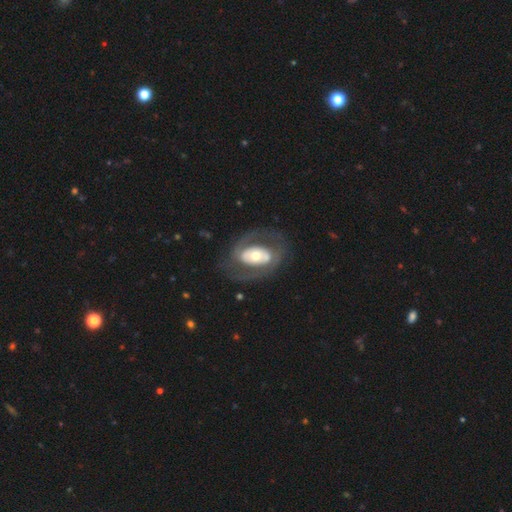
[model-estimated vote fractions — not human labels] Smooth or featured?
  - featured or disk: 74% *
  - smooth: 22%
  - star or artifact: 5%
Edge-on disk?
  - no: 95% *
  - yes: 5%
Bar?
  - no: 56% *
  - weak: 22%
  - strong: 21%
Spiral arms?
  - yes: 61% *
  - no: 39%
Bulge size?
  - moderate: 63% *
  - small: 18%
  - large: 17%
  - dominant: 2%
  - none: 1%
Merging?
  - none: 69% *
  - minor disturbance: 15%
  - major disturbance: 14%
  - merger: 2%